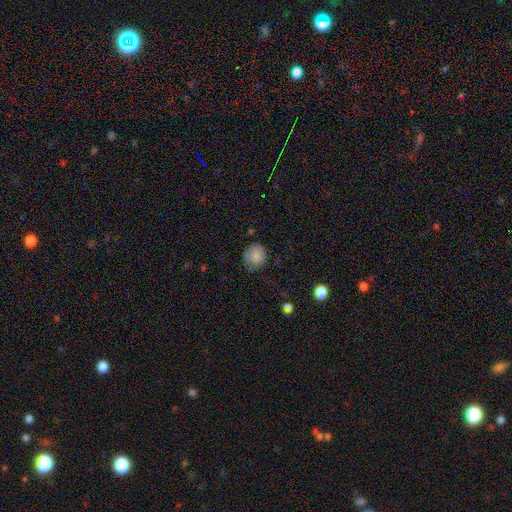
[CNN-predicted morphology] Smooth or featured: smooth — 83% (featured or disk — 9%)
How rounded: round — 72% (in between — 27%)
Merging: none — 62% (minor disturbance — 29%)